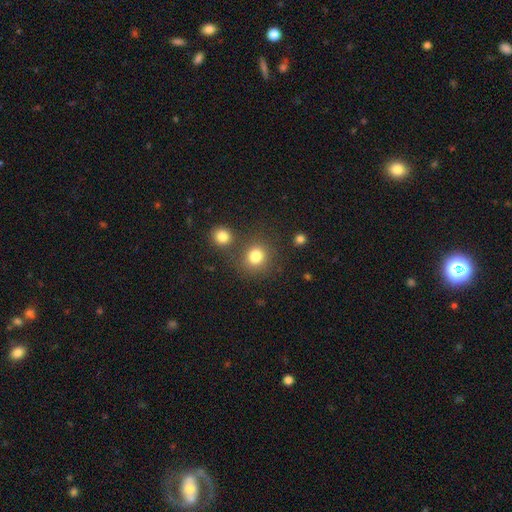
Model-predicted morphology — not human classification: Overall: smooth (81%). How rounded: round (79%). Merging: none (69%).